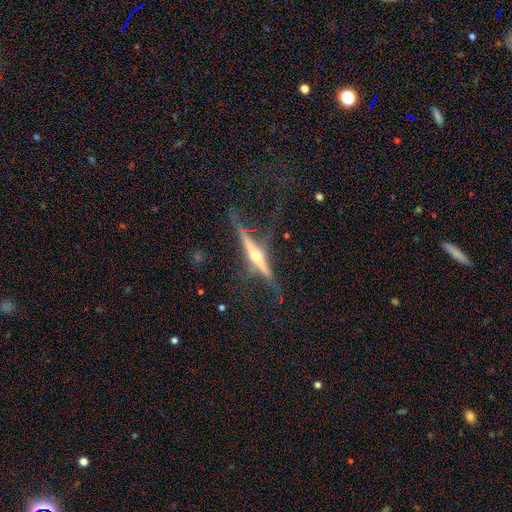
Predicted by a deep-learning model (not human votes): A featured or disk galaxy (82%) viewed edge-on (95%) with a rounded central bulge (91%).

Vote fractions:
- Smooth or featured? featured or disk: 82% / smooth: 12% / star or artifact: 7%
- Edge-on disk? yes: 95% / no: 5%
- Edge-on bulge? rounded: 91% / none: 6% / boxy: 4%
- Merging? none: 56% / minor disturbance: 24% / major disturbance: 17% / merger: 3%